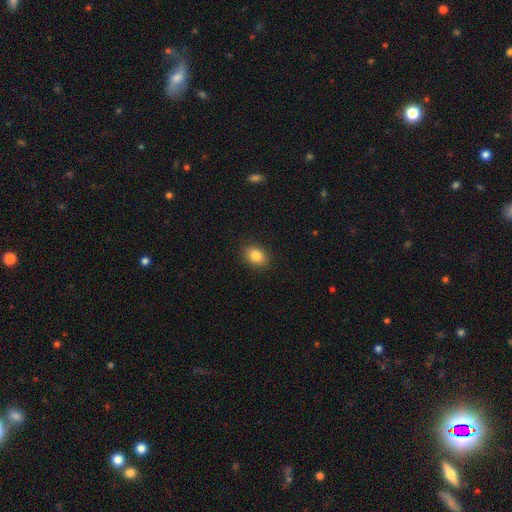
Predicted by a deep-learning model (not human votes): This appears to be a smooth galaxy with no disk features (85%) that is in between round and cigar-shaped (69%). Merging: none (89%).